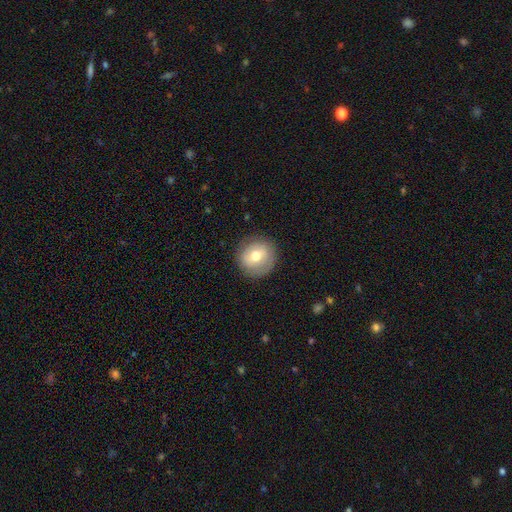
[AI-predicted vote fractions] smooth_or_featured: smooth (p=0.61) [alt: featured or disk p=0.31]
how_rounded: round (p=0.88) [alt: in between p=0.11]
merging: none (p=0.85) [alt: minor disturbance p=0.11]